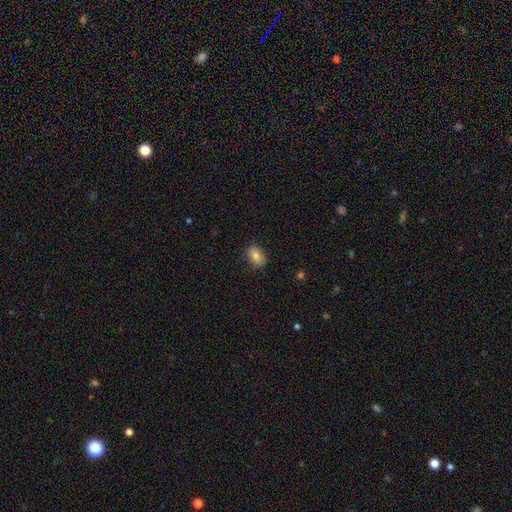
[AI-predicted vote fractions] Smooth or featured?
  - smooth: 80% *
  - featured or disk: 11%
  - star or artifact: 8%
How rounded?
  - in between: 86% *
  - round: 12%
  - cigar-shaped: 2%
Merging?
  - none: 84% *
  - minor disturbance: 12%
  - major disturbance: 2%
  - merger: 1%